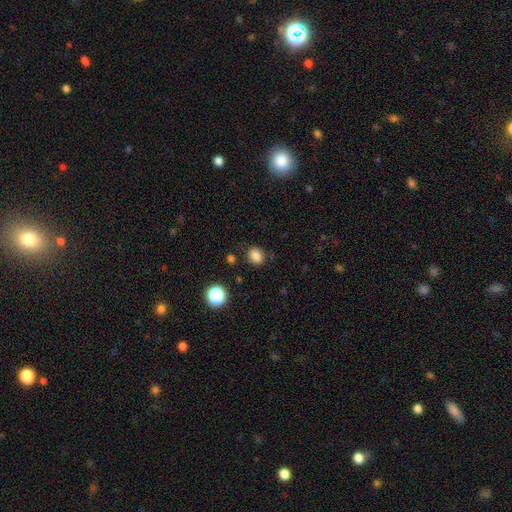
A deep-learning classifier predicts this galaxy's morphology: type=smooth (82%); roundness=round (55%); merging=none (81%).